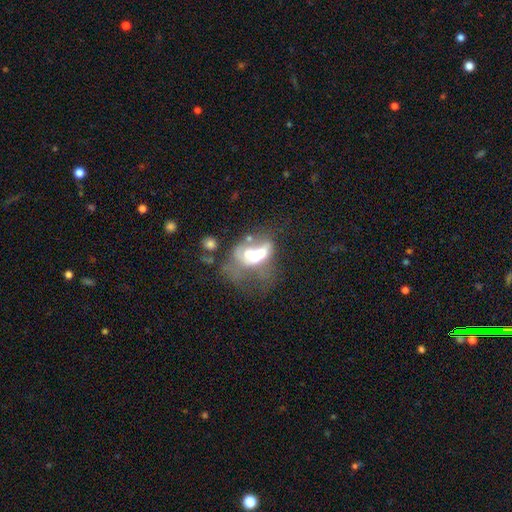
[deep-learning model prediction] Q: Smooth or featured?
A: featured or disk (51%); runner-up: smooth (37%)
Q: Edge-on disk?
A: no (95%); runner-up: yes (5%)
Q: Merging?
A: merger (64%); runner-up: major disturbance (19%)